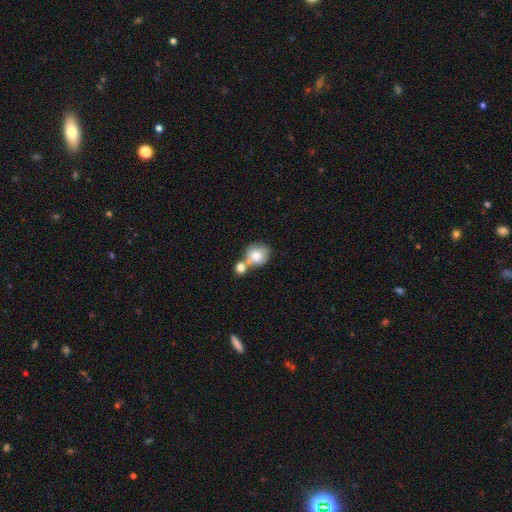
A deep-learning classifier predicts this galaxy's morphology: smooth 73%, featured or disk 19%, star or artifact 8%. Down the decision tree: how rounded — round (78%); merging — merger (47%).